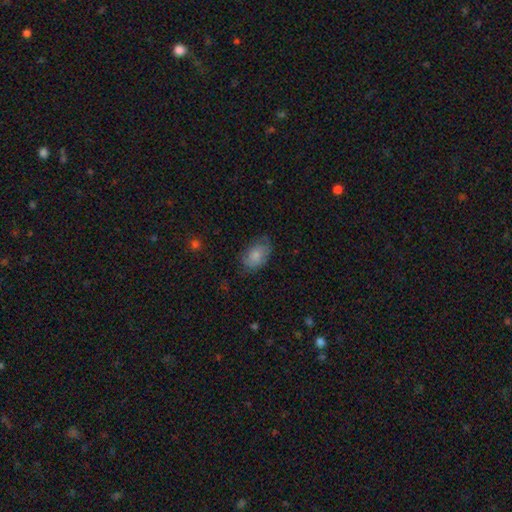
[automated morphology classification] Smooth or featured: smooth — 76% (featured or disk — 17%)
How rounded: in between — 88% (round — 10%)
Merging: none — 65% (minor disturbance — 26%)